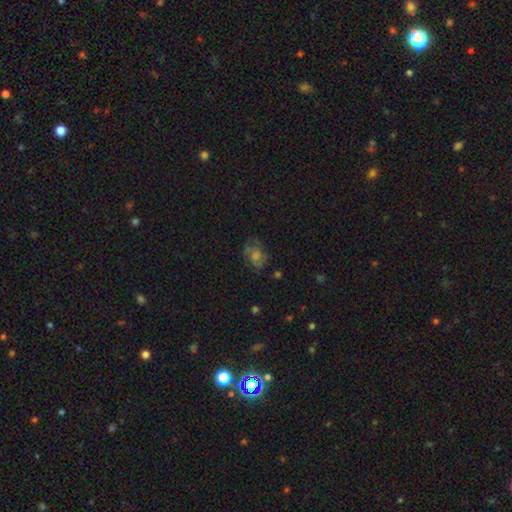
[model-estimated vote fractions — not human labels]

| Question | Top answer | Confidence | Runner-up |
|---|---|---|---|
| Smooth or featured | featured or disk | 47% | smooth (35%) |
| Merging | none | 65% | minor disturbance (20%) |